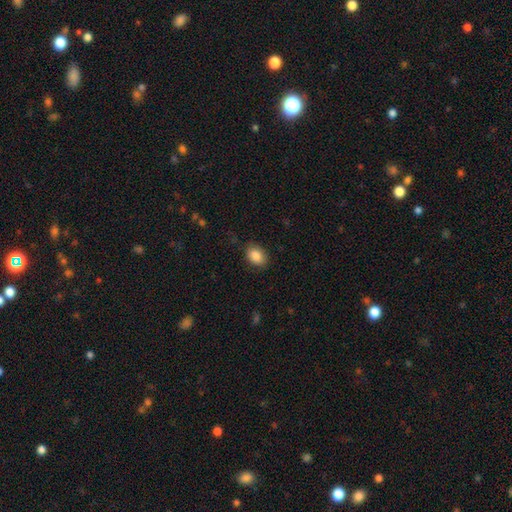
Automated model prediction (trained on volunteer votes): Smooth or featured? Predicted: smooth (p=0.87). How rounded? Predicted: in between (p=0.72). Merging? Predicted: none (p=0.82).